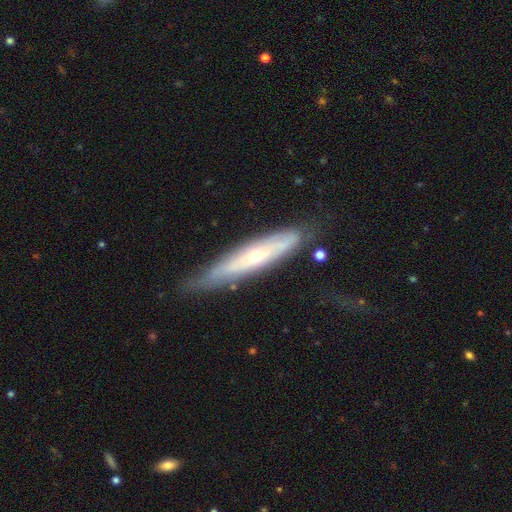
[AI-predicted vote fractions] Overall: featured or disk (65%; smooth 28%). Edge-on disk: yes (60%; no 40%). Merging: none (66%).